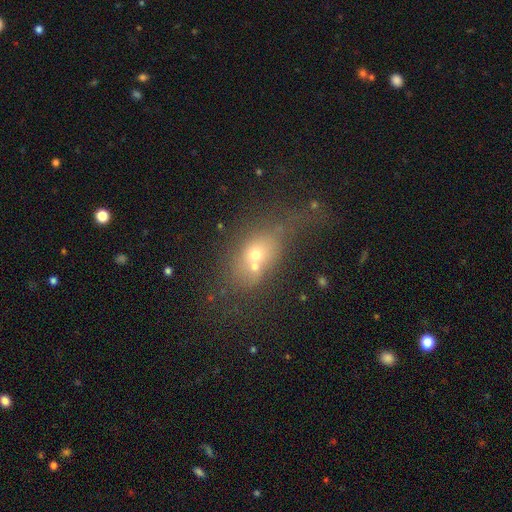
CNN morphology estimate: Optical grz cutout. It shows a smooth galaxy with no disk features (55%) that is in between round and cigar-shaped (59%). Merging: merger (51%).